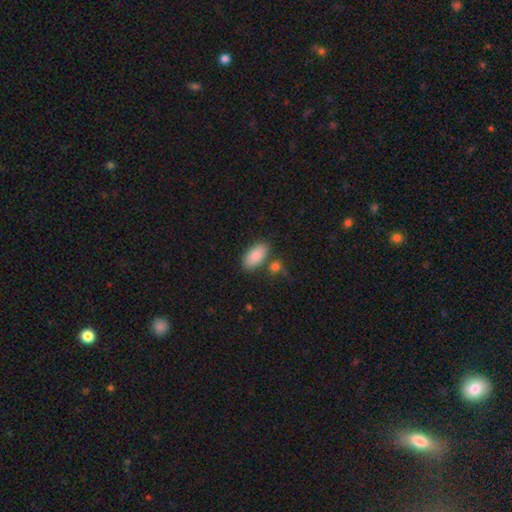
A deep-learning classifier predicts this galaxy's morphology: smooth-or-featured: smooth: 85% | featured or disk: 9% | star or artifact: 6%
  how-rounded: in between: 93% | cigar-shaped: 4% | round: 3%
  merging: none: 75% | minor disturbance: 12% | merger: 10% | major disturbance: 3%